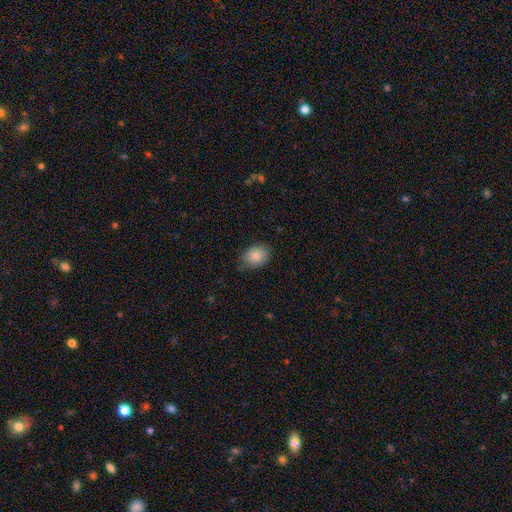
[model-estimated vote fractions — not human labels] smooth_or_featured: smooth (p=0.86) [alt: star or artifact p=0.07]
how_rounded: in between (p=0.69) [alt: round p=0.30]
merging: none (p=0.74) [alt: minor disturbance p=0.21]